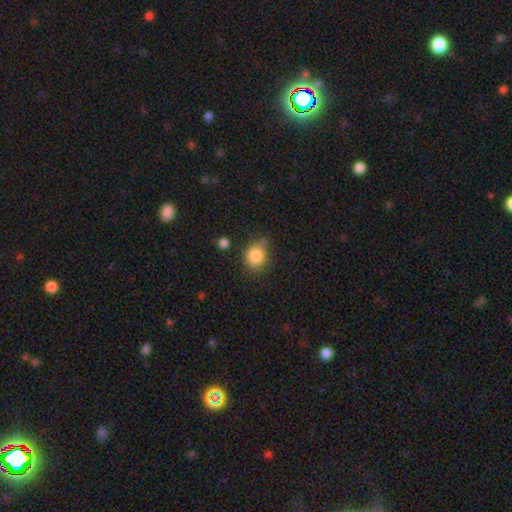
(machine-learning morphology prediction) The model was most divided on "how rounded": round: 64%, in between: 34%, cigar-shaped: 1%. More confident: smooth or featured — smooth (84%); merging — none (60%).